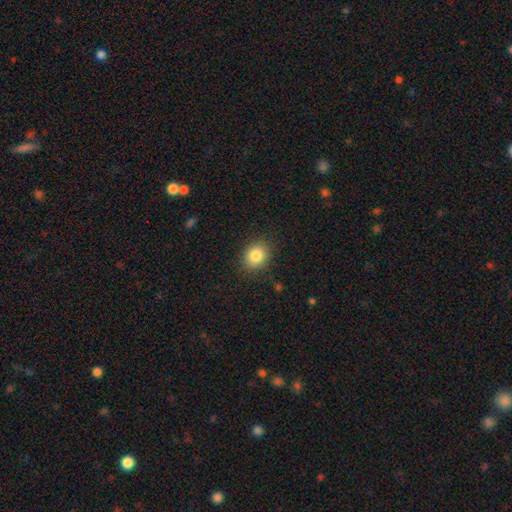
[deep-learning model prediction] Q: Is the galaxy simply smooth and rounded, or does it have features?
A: smooth — 84%.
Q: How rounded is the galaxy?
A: round — 65%.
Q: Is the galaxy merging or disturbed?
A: none — 88%.